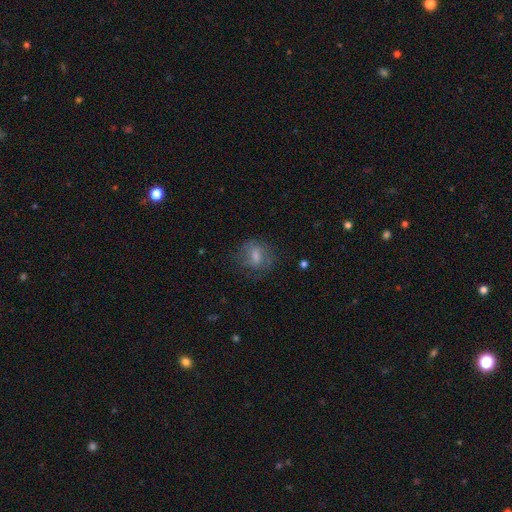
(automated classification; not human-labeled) Smooth or featured? smooth (56%)
How rounded? round (49%)
Merging? none (63%)